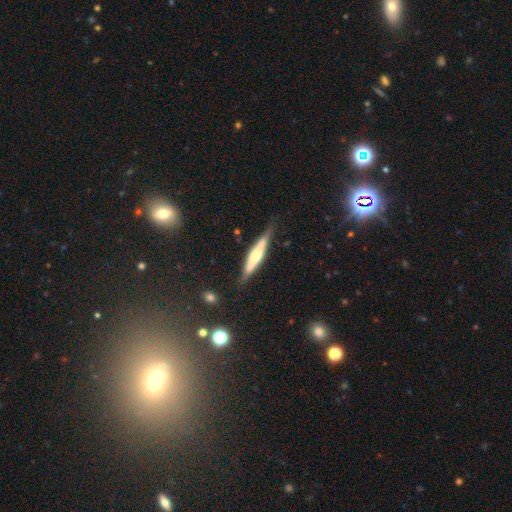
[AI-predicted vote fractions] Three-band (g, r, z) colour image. It shows a featured or disk galaxy (61%) viewed edge-on (94%) with a rounded central bulge (70%). Merging: none (80%).